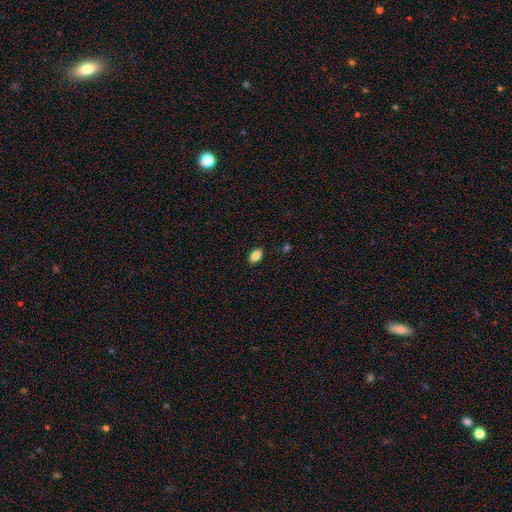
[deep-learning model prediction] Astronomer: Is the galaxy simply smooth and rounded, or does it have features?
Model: smooth — 84%.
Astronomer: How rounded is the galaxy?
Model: in between — 90%.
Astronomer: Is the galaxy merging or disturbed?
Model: none — 87%.